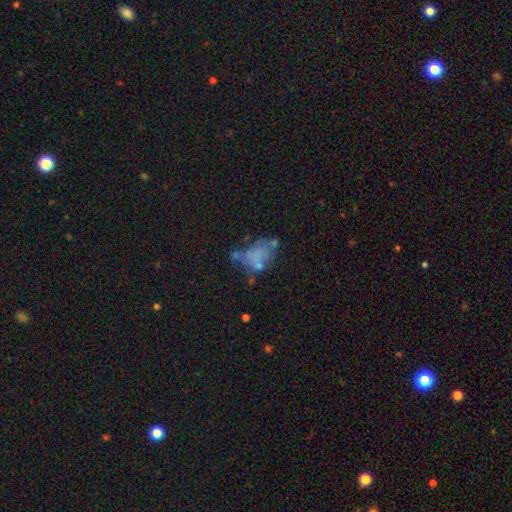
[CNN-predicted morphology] Smooth or featured: smooth — 45% (featured or disk — 39%)
Merging: none — 32% (major disturbance — 27%)